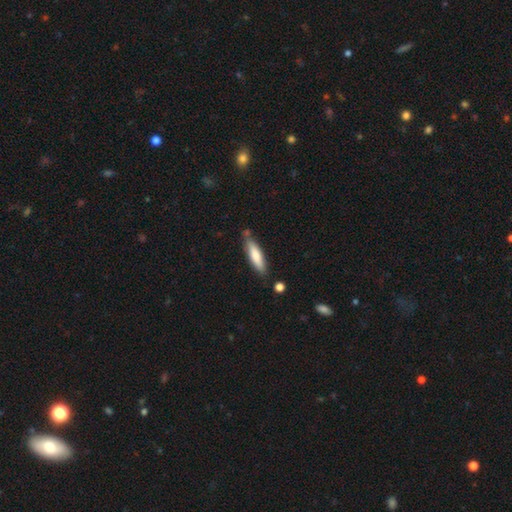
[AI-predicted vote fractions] Morphology: type=smooth (72%); roundness=cigar-shaped (74%); merging=none (74%).